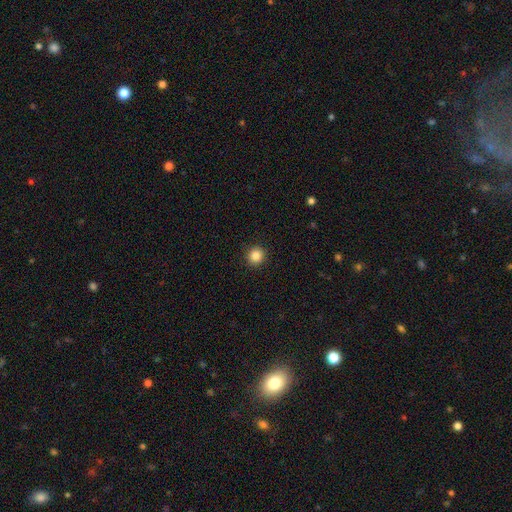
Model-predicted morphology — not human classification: Overall: smooth (86%). How rounded: round (94%). Merging: none (93%).